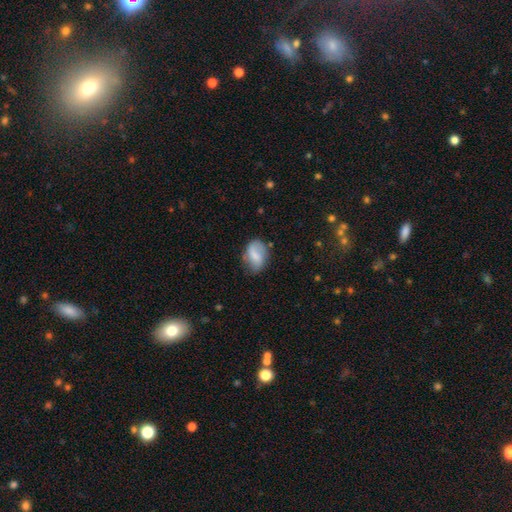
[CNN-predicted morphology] Smooth or featured? smooth (66%)
How rounded? in between (82%)
Merging? none (63%)